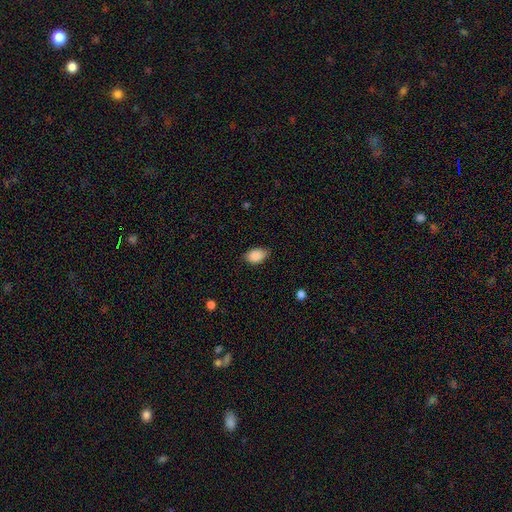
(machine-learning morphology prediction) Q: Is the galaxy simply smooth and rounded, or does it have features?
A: smooth — 89%.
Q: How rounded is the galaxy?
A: in between — 88%.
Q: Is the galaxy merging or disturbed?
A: none — 74%.